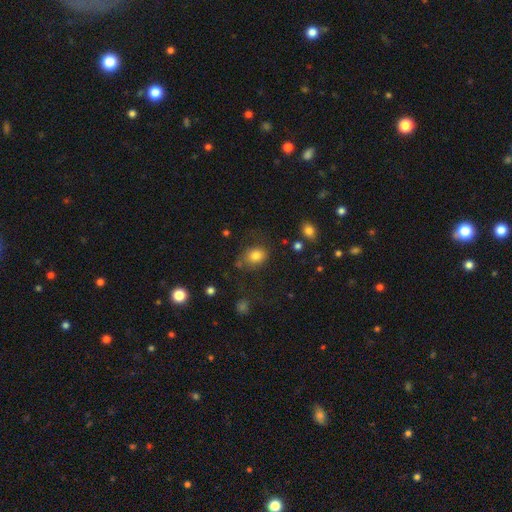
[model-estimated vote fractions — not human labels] Smooth or featured? Predicted: smooth (p=0.80). How rounded? Predicted: in between (p=0.53). Merging? Predicted: none (p=0.69).